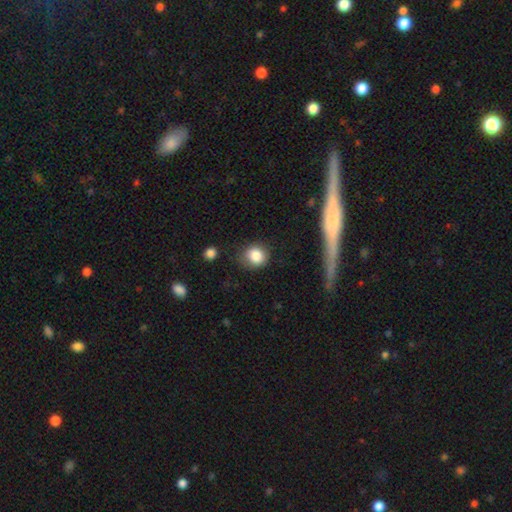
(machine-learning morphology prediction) Smooth or featured? Predicted: smooth (p=0.84). How rounded? Predicted: round (p=0.80). Merging? Predicted: none (p=0.74).